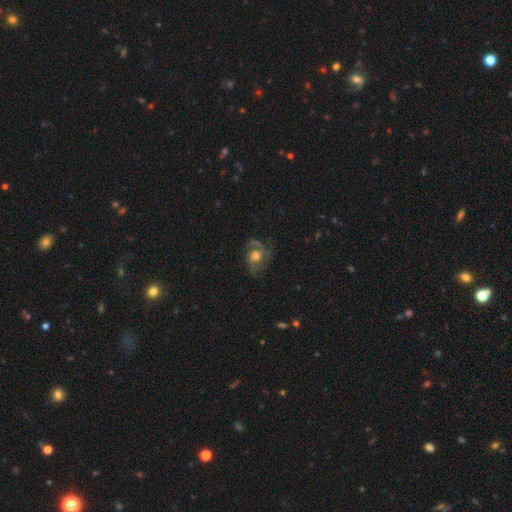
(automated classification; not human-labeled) This appears to be a featured or disk galaxy (62%) with no bar (76%), spiral arms (81%) and a moderate central bulge (47%). Merging: none (58%).